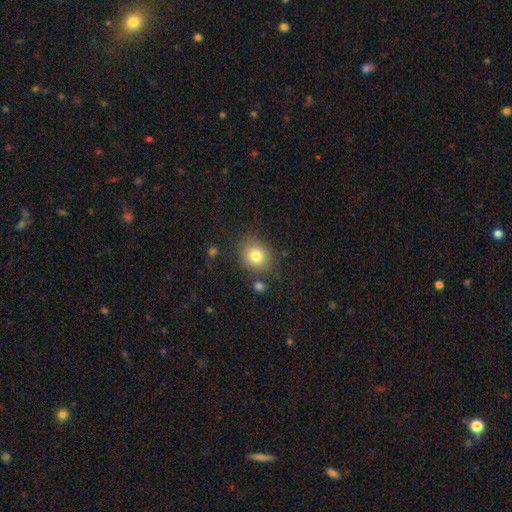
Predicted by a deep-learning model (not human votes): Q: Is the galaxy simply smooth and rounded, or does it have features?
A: smooth — 78%.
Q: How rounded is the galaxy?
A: round — 71%.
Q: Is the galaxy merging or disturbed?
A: none — 80%.